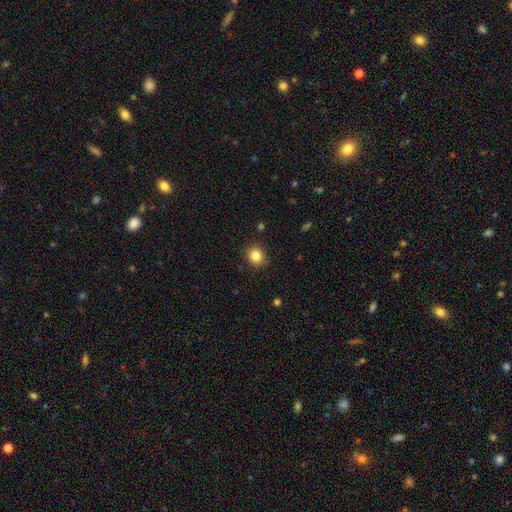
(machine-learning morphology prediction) smooth_or_featured: smooth (p=0.84) [alt: star or artifact p=0.11]
how_rounded: round (p=0.77) [alt: in between p=0.22]
merging: none (p=0.89) [alt: minor disturbance p=0.08]